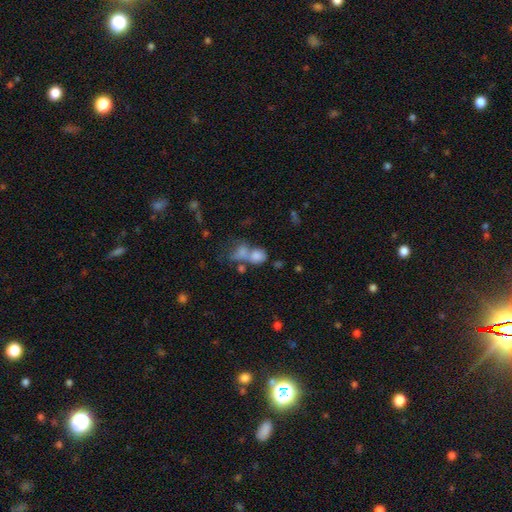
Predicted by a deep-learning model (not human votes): smooth 75%, star or artifact 13%, featured or disk 12%. Down the decision tree: how rounded — round (58%); merging — merger (50%).